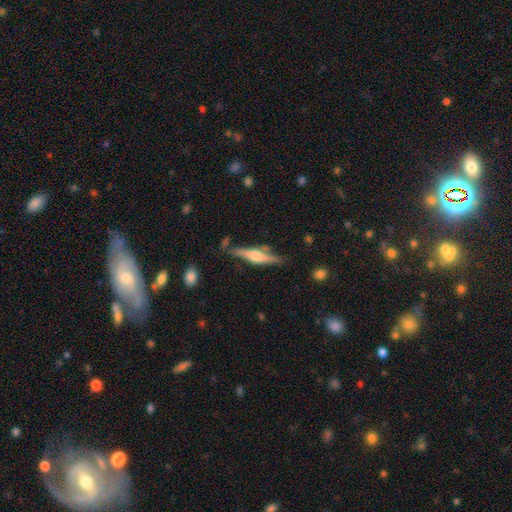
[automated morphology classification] Smooth or featured?
  - featured or disk: 67% *
  - smooth: 27%
  - star or artifact: 7%
Edge-on disk?
  - yes: 96% *
  - no: 4%
Edge-on bulge?
  - rounded: 77% *
  - boxy: 18%
  - none: 5%
Merging?
  - none: 76% *
  - minor disturbance: 16%
  - merger: 4%
  - major disturbance: 4%